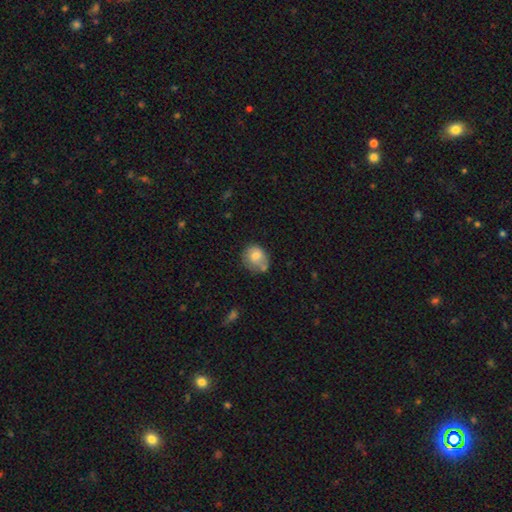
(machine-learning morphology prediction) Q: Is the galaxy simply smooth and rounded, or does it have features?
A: smooth — 74%.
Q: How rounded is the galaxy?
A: round — 64%.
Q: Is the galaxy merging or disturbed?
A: none — 49%.